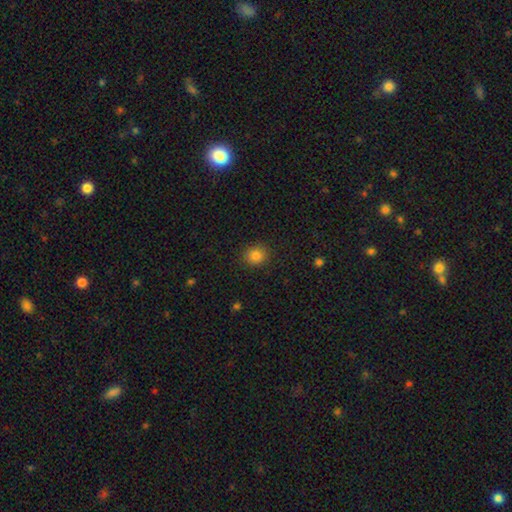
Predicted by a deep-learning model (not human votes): Smooth or featured? smooth (85%)
How rounded? round (81%)
Merging? none (88%)